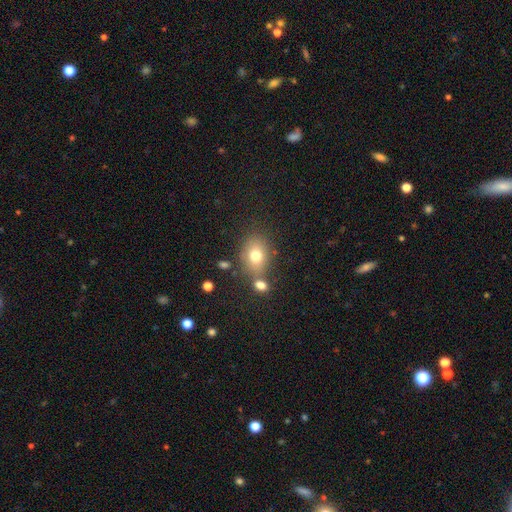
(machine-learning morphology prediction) Smooth or featured? Predicted: smooth (p=0.76). How rounded? Predicted: in between (p=0.61). Merging? Predicted: none (p=0.66).